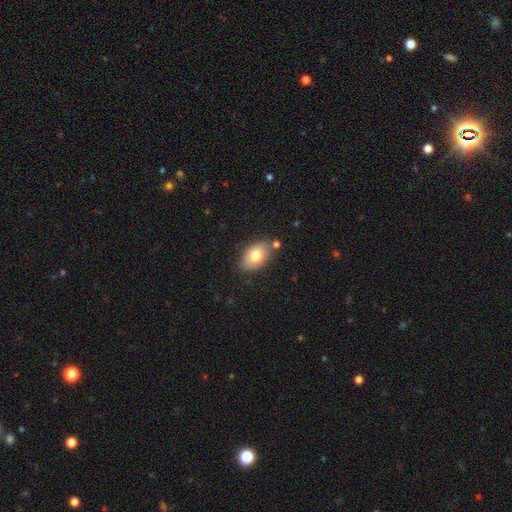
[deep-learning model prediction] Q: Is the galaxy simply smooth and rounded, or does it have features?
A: smooth — 77%.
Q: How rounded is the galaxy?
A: in between — 89%.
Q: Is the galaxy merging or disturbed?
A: none — 77%.